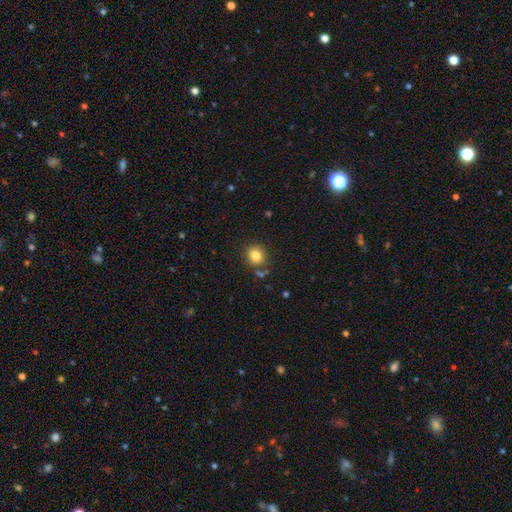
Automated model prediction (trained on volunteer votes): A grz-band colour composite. It shows a smooth galaxy with no disk features (83%) that is round (83%). Merging: none (82%).